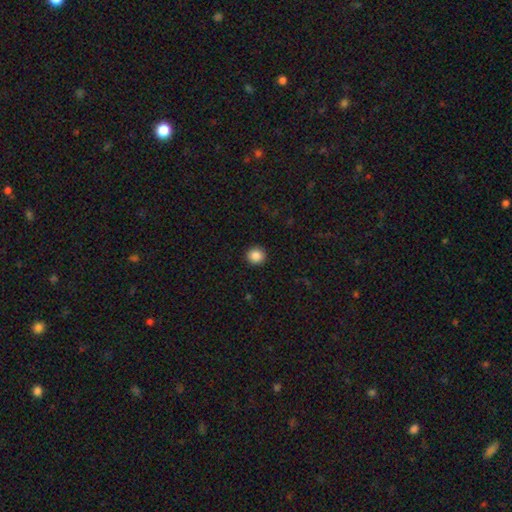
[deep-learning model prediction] Overall: smooth (87%). How rounded: round (91%). Merging: none (92%).